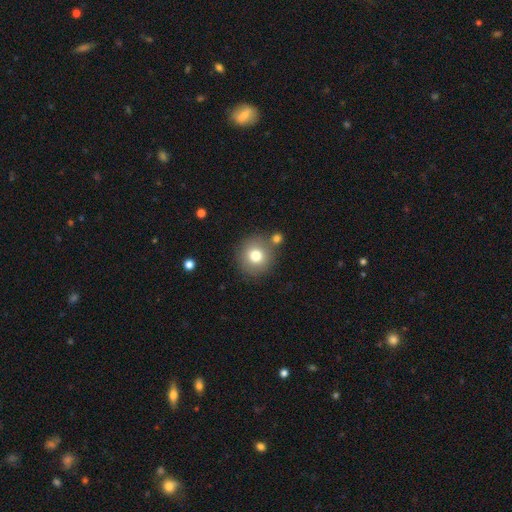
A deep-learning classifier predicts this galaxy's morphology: Smooth or featured? Predicted: smooth (p=0.77). How rounded? Predicted: round (p=0.93). Merging? Predicted: none (p=0.76).